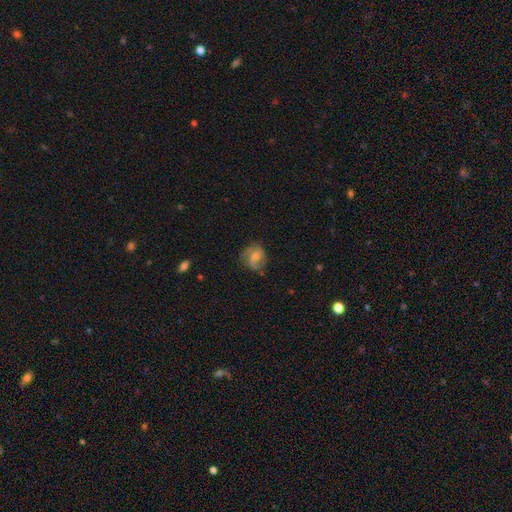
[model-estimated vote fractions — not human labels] smooth_or_featured: featured or disk (p=0.51) [alt: smooth p=0.40]
disk_edge_on: no (p=0.96) [alt: yes p=0.04]
merging: none (p=0.64) [alt: minor disturbance p=0.24]